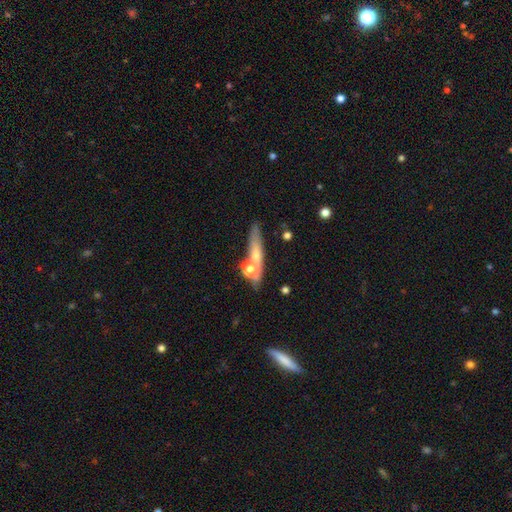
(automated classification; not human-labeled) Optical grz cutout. It shows a featured or disk galaxy (44%). Merging: none (58%).